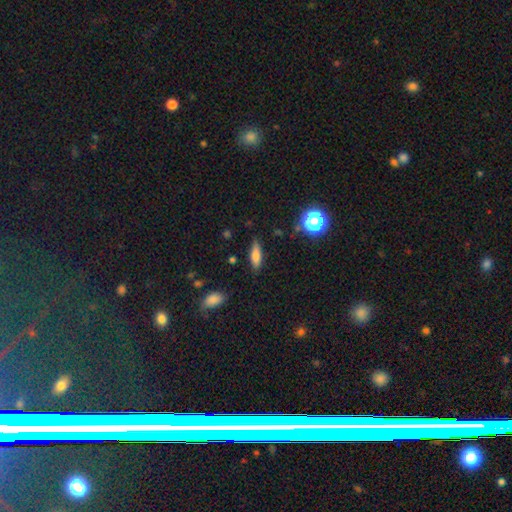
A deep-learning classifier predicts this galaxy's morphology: A smooth galaxy with no disk features (71%) that is in between round and cigar-shaped (52%).

Vote fractions:
- Smooth or featured? smooth: 71% / featured or disk: 19% / star or artifact: 10%
- How rounded? in between: 52% / cigar-shaped: 44% / round: 3%
- Merging? none: 81% / minor disturbance: 14% / major disturbance: 3% / merger: 2%